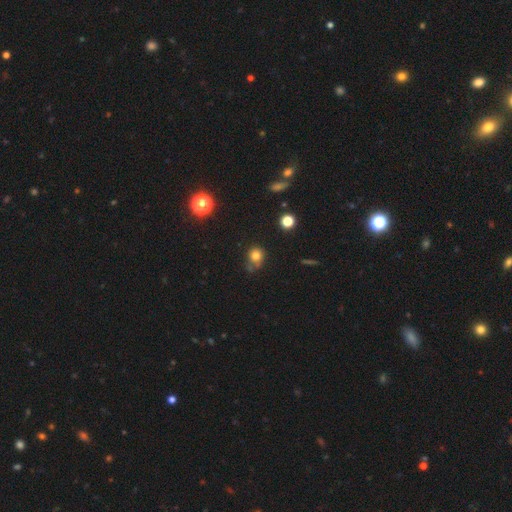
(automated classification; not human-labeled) Smooth or featured? Predicted: smooth (p=0.78). How rounded? Predicted: round (p=0.80). Merging? Predicted: none (p=0.57).